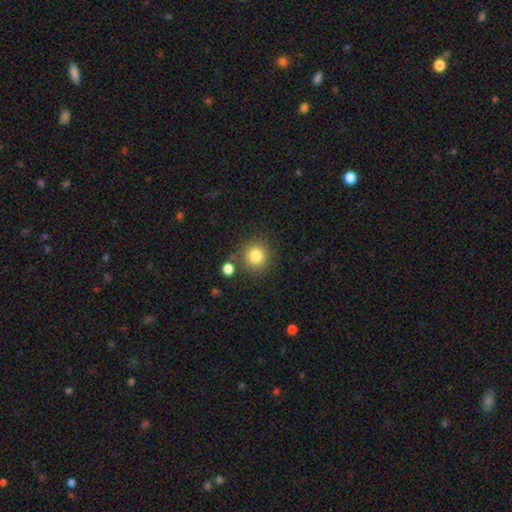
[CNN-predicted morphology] type=smooth (83%); roundness=round (92%); merging=none (79%).